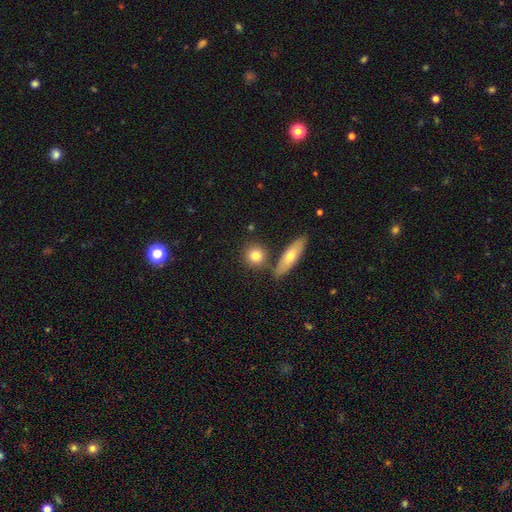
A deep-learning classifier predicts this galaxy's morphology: A smooth galaxy with no disk features (77%) that is round (78%).

Vote fractions:
- Smooth or featured? smooth: 77% / featured or disk: 15% / star or artifact: 8%
- How rounded? round: 78% / in between: 16% / cigar-shaped: 6%
- Merging? none: 72% / merger: 15% / minor disturbance: 10% / major disturbance: 3%